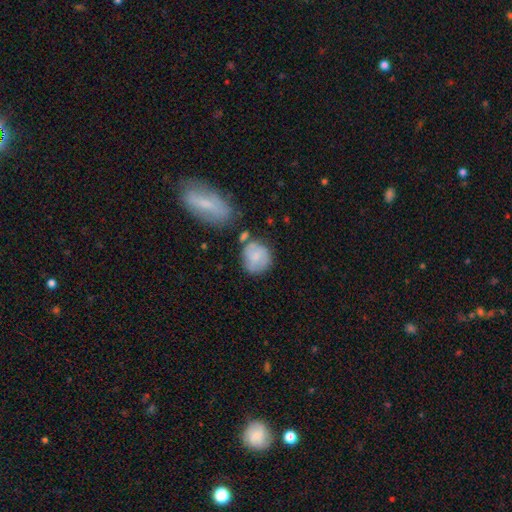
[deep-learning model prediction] Smooth or featured? Predicted: smooth (p=0.69). How rounded? Predicted: round (p=0.80). Merging? Predicted: none (p=0.54).